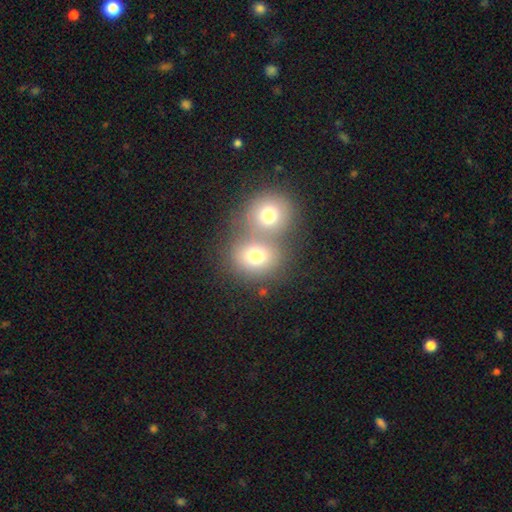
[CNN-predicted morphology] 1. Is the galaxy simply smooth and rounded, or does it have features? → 74% smooth, 15% featured or disk, 11% star or artifact.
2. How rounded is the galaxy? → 72% round, 27% in between, 1% cigar-shaped.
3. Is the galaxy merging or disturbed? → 58% merger, 32% none, 7% minor disturbance, 3% major disturbance.